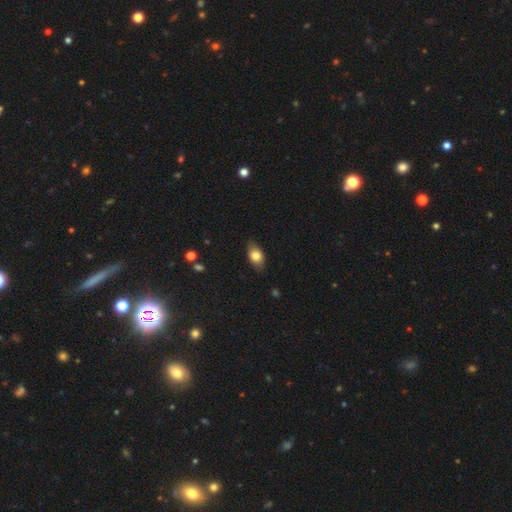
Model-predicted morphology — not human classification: smooth 77%, featured or disk 15%, star or artifact 7%. Down the decision tree: how rounded — in between (87%); merging — none (81%).